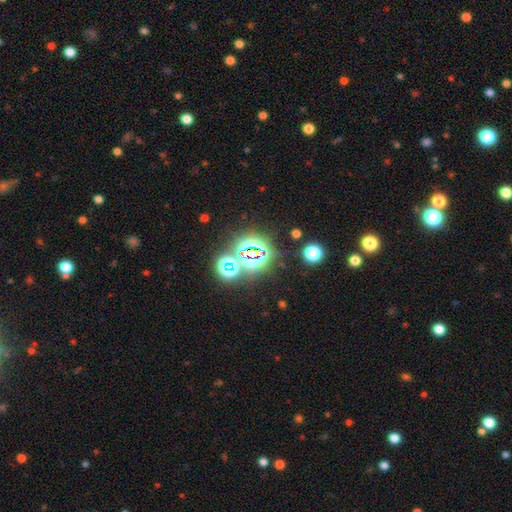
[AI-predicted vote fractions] star or artifact 79%, smooth 14%, featured or disk 7%.